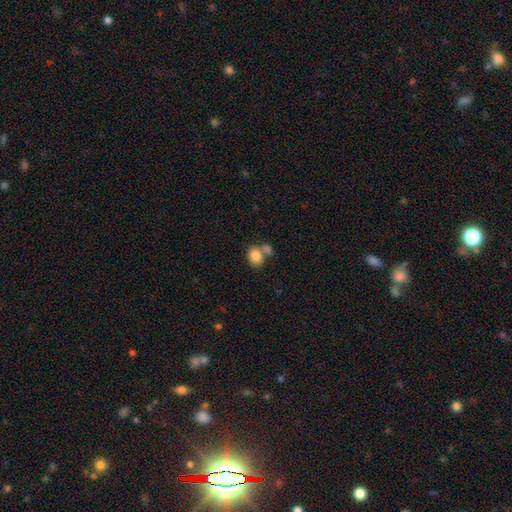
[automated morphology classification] Smooth or featured?
  - smooth: 85% *
  - star or artifact: 8%
  - featured or disk: 7%
How rounded?
  - in between: 67% *
  - round: 32%
  - cigar-shaped: 1%
Merging?
  - merger: 42% * (tied)
  - none: 42% * (tied)
  - minor disturbance: 11%
  - major disturbance: 5%